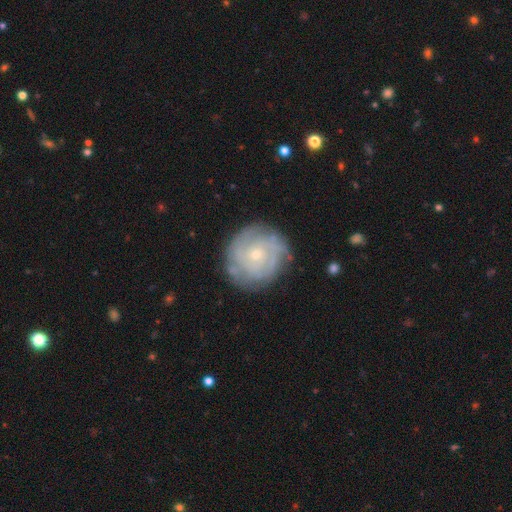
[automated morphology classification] Overall: featured or disk (74%). Edge-on disk: no (98%). Bar: no (80%). Spiral arms: yes (86%). Spiral arm count: can't tell (45%; 2 17%). Spiral winding: tight (72%). Bulge size: small (71%). Merging: none (78%).